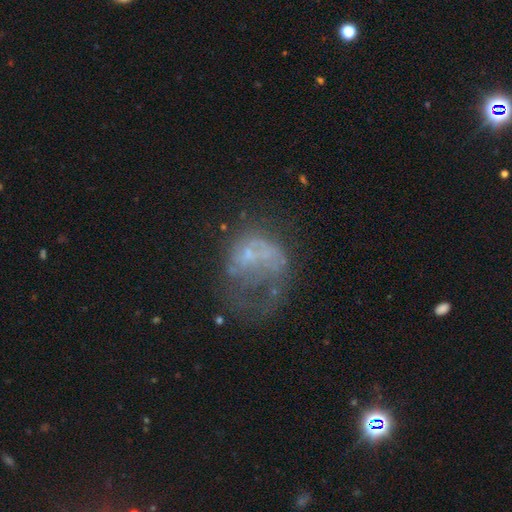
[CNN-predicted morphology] Smooth or featured? Predicted: featured or disk (p=0.56). Edge-on disk? Predicted: no (p=0.98). Bar? Predicted: no (p=0.88). Spiral arms? Predicted: no (p=0.82). Bulge size? Predicted: none (p=0.58). Merging? Predicted: major disturbance (p=0.51).